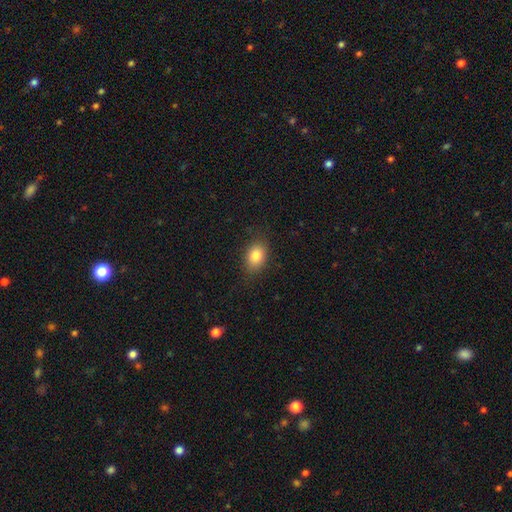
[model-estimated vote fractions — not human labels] Smooth or featured: smooth — 82% (star or artifact — 10%)
How rounded: in between — 73% (round — 25%)
Merging: none — 83% (minor disturbance — 12%)